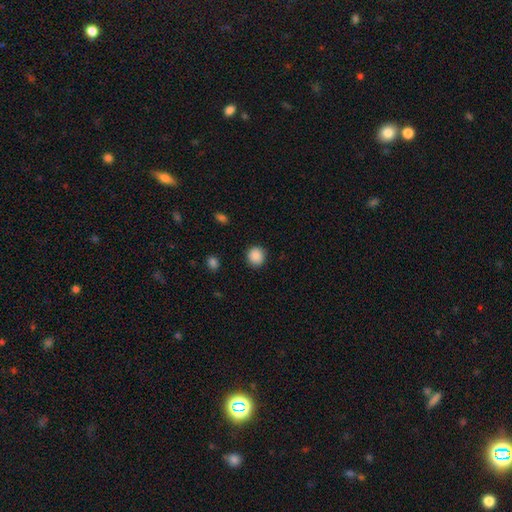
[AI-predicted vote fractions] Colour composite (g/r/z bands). It shows a smooth galaxy with no disk features (89%) that is round (89%). Merging: none (90%).